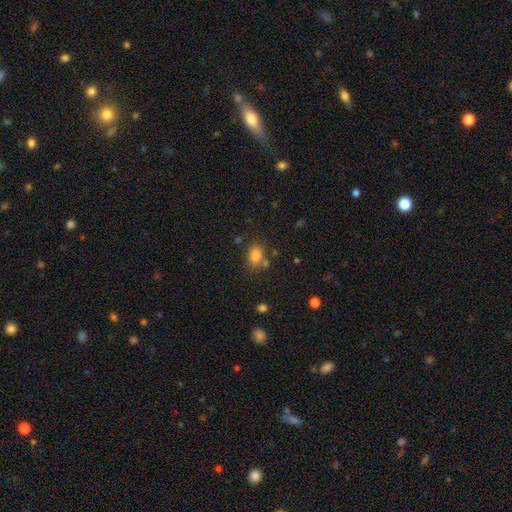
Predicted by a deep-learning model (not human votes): Morphology: type=smooth (79%); roundness=in between (62%); merging=none (68%).